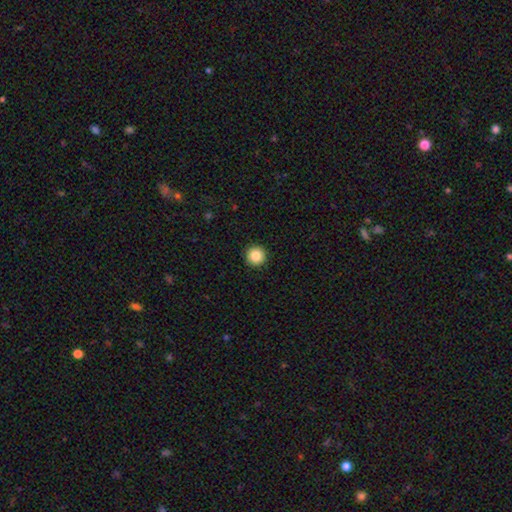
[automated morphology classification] Smooth or featured? Predicted: smooth (p=0.85). How rounded? Predicted: round (p=0.97). Merging? Predicted: none (p=0.93).